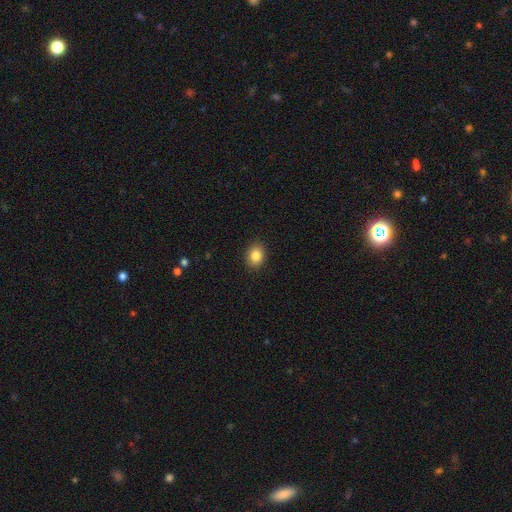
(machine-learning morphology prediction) Q: Smooth or featured?
A: smooth (85%); runner-up: star or artifact (10%)
Q: How rounded?
A: in between (50%); runner-up: round (49%)
Q: Merging?
A: none (90%); runner-up: minor disturbance (7%)